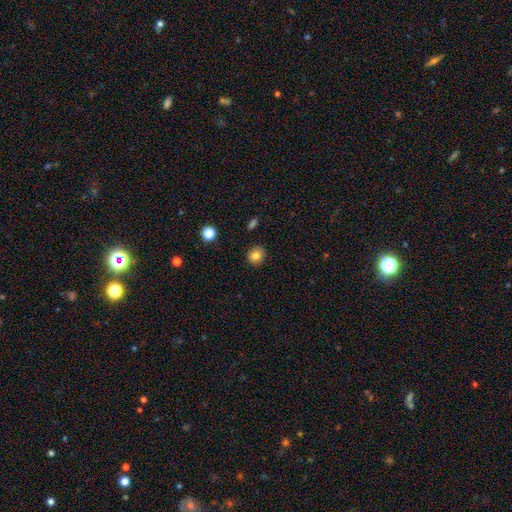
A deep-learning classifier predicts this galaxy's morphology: smooth_or_featured: smooth (p=0.82) [alt: star or artifact p=0.11]
how_rounded: round (p=0.87) [alt: in between p=0.12]
merging: none (p=0.90) [alt: minor disturbance p=0.07]